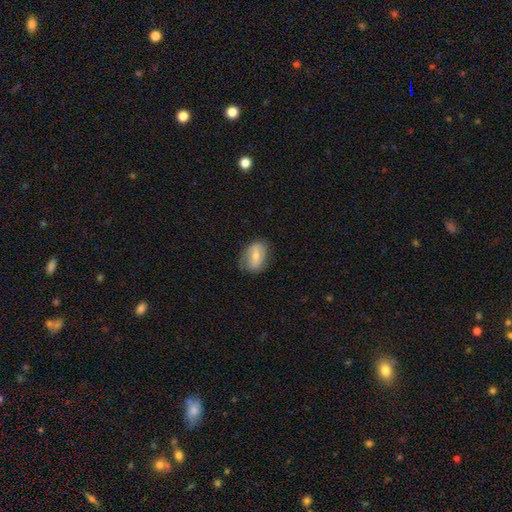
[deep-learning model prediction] Smooth or featured?
  - smooth: 51% *
  - featured or disk: 42%
  - star or artifact: 7%
How rounded?
  - in between: 81% *
  - round: 17%
  - cigar-shaped: 2%
Merging?
  - none: 70% *
  - minor disturbance: 22%
  - major disturbance: 7%
  - merger: 1%